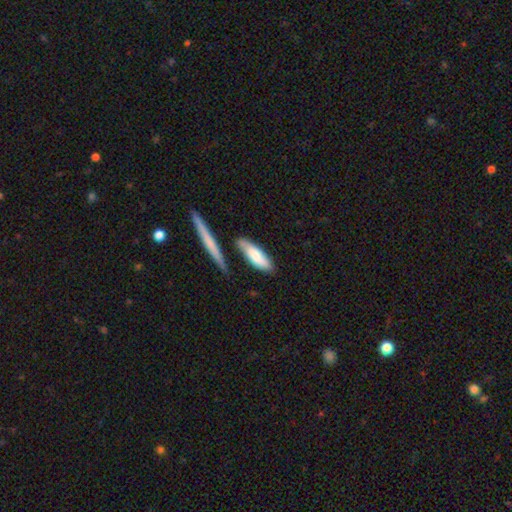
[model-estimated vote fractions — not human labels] A smooth galaxy with no disk features (76%) that is in between round and cigar-shaped (58%). Merging: none (62%).